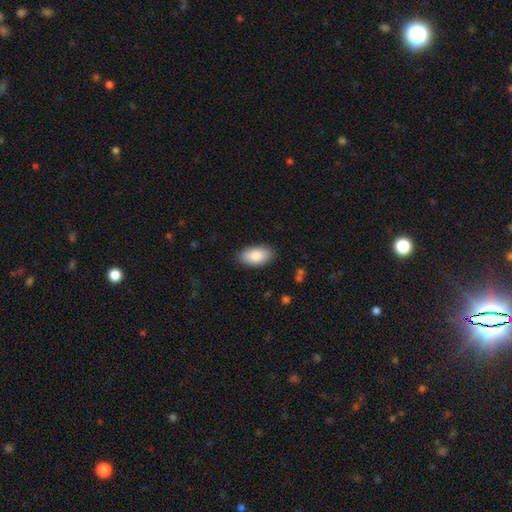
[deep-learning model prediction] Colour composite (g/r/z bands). It shows a smooth galaxy with no disk features (88%) that is in between round and cigar-shaped (95%). Merging: none (87%).